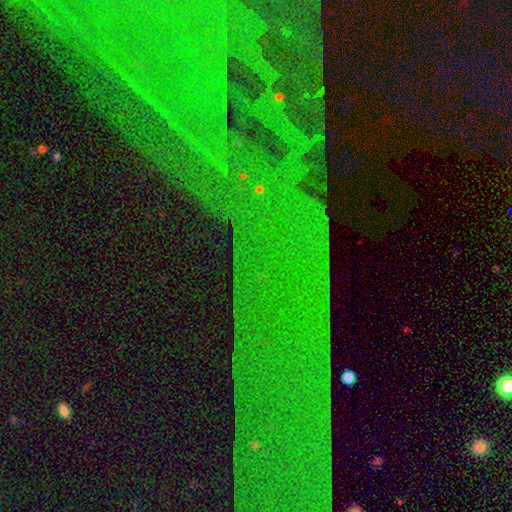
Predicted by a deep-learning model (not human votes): A star or artifact, not a galaxy (81%).

Vote fractions:
- Smooth or featured? star or artifact: 81% / featured or disk: 11% / smooth: 8%